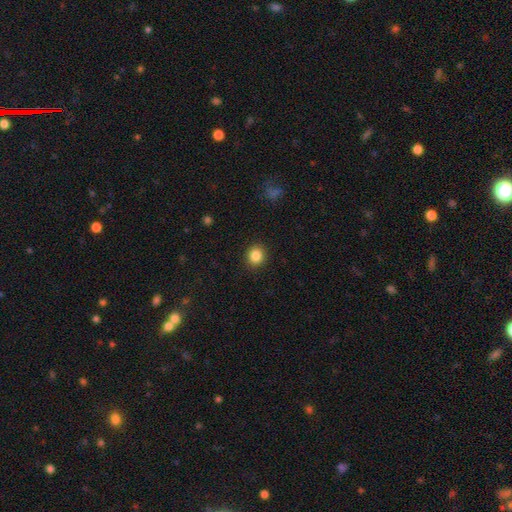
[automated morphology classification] smooth_or_featured: smooth (p=0.86) [alt: star or artifact p=0.10]
how_rounded: round (p=0.81) [alt: in between p=0.19]
merging: none (p=0.90) [alt: minor disturbance p=0.06]